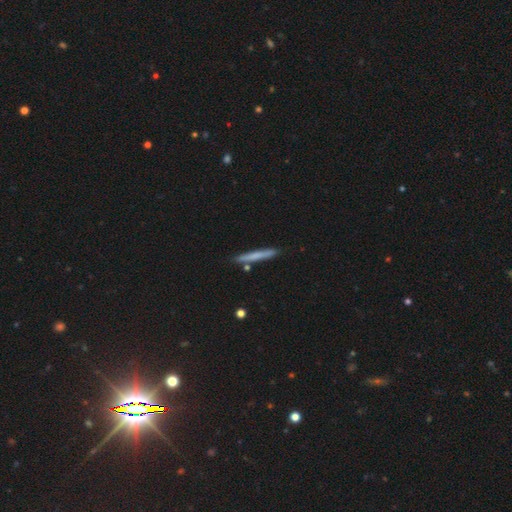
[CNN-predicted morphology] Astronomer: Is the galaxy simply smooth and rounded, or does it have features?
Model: smooth — 65%.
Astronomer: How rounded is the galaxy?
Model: cigar-shaped — 96%.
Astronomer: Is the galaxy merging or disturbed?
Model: none — 86%.